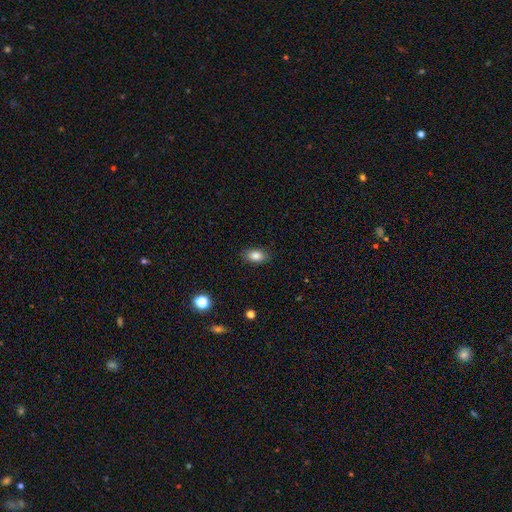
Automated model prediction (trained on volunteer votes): Smooth or featured? Predicted: smooth (p=0.84). How rounded? Predicted: in between (p=0.87). Merging? Predicted: none (p=0.87).